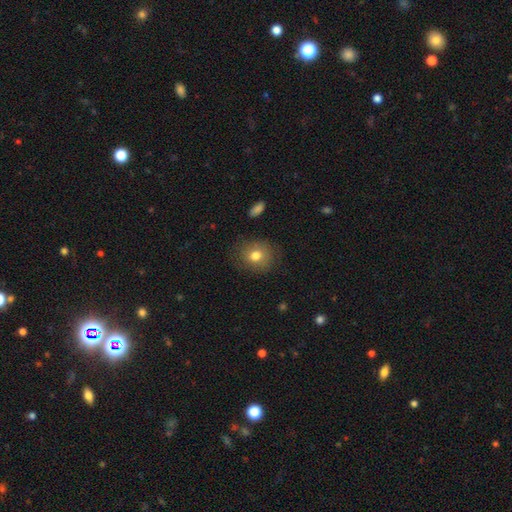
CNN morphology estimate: Overall: smooth (77%). How rounded: round (72%). Merging: none (80%).